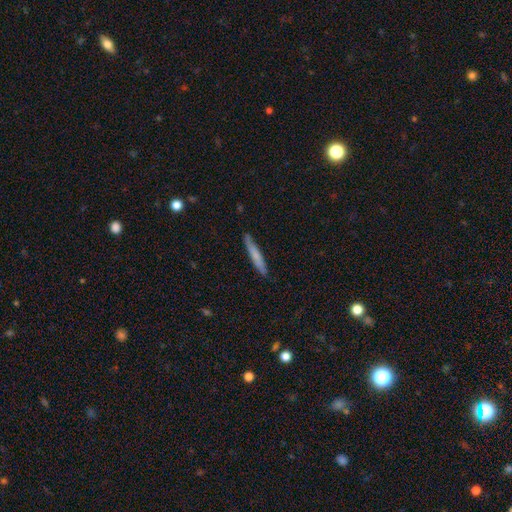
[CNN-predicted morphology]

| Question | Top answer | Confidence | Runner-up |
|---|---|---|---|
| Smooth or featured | smooth | 65% | featured or disk (30%) |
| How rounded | cigar-shaped | 95% | in between (4%) |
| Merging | none | 87% | minor disturbance (10%) |